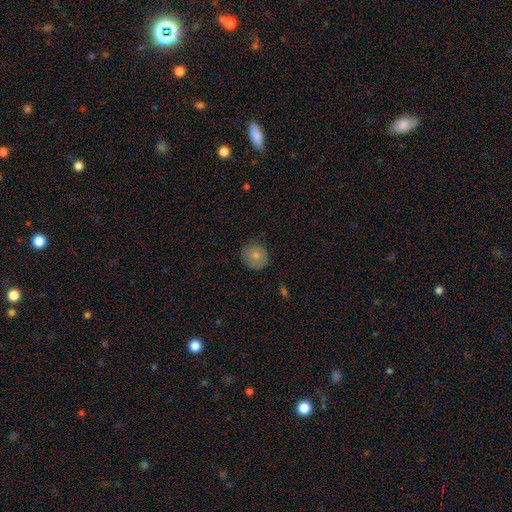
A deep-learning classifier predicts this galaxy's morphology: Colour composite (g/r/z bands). It shows a smooth galaxy with no disk features (76%) that is round (85%). Merging: none (80%).